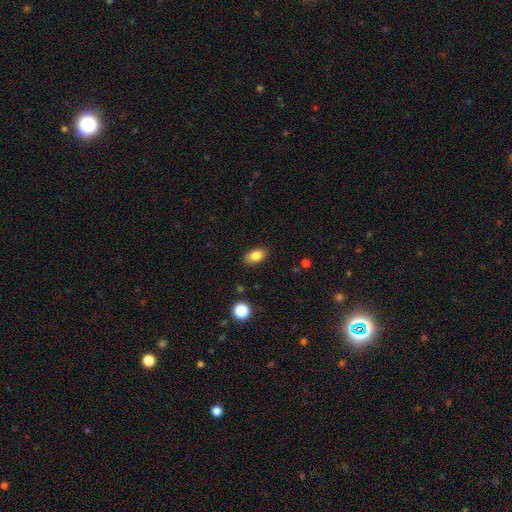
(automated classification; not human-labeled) smooth_or_featured: smooth (p=0.84) [alt: star or artifact p=0.09]
how_rounded: in between (p=0.89) [alt: round p=0.09]
merging: none (p=0.87) [alt: minor disturbance p=0.10]